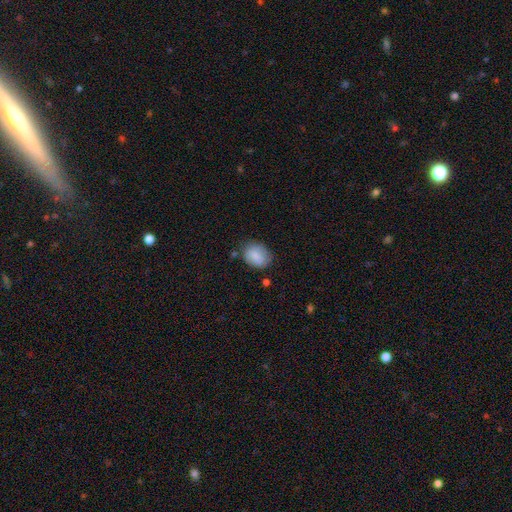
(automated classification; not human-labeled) Smooth or featured? smooth (84%)
How rounded? in between (62%)
Merging? none (69%)